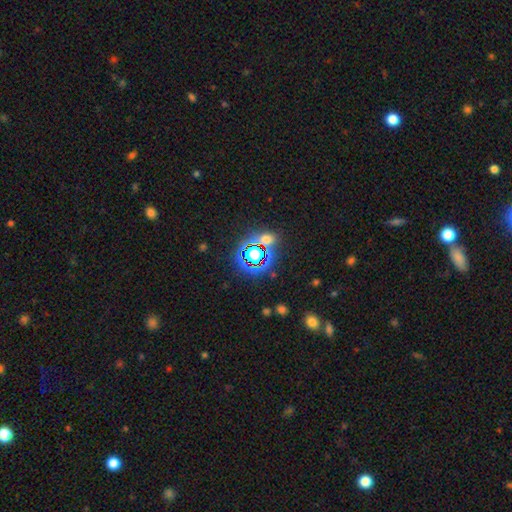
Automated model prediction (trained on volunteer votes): Morphology: type=star or artifact (76%).